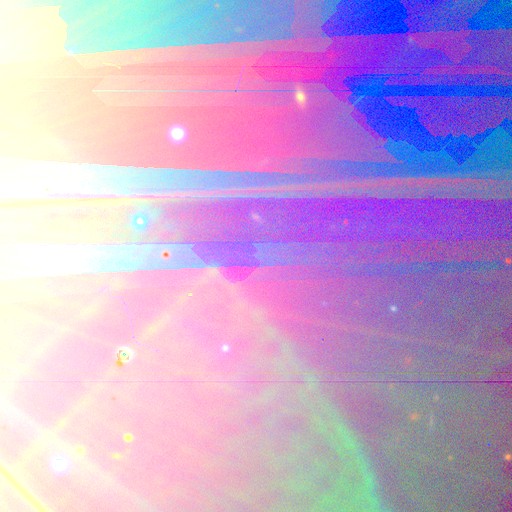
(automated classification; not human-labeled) Morphology: type=star or artifact (86%).